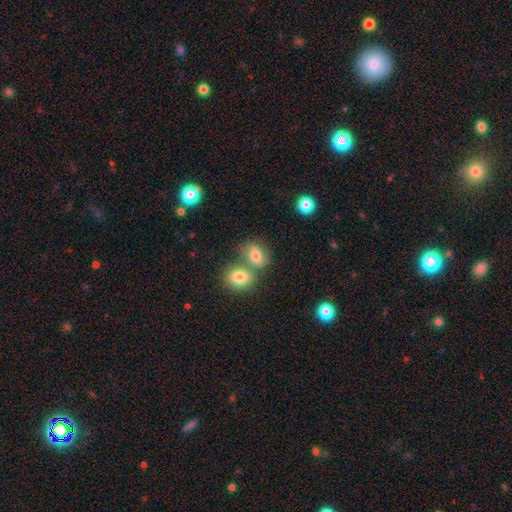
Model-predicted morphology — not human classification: Smooth or featured? smooth (75%)
How rounded? in between (75%)
Merging? merger (46%)